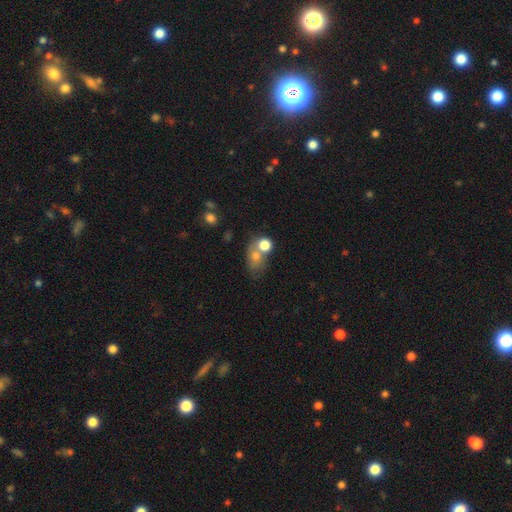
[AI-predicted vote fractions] Smooth or featured?
  - smooth: 66% *
  - featured or disk: 19%
  - star or artifact: 15%
How rounded?
  - in between: 56% *
  - round: 42%
  - cigar-shaped: 2%
Merging?
  - merger: 42% *
  - none: 37%
  - minor disturbance: 13%
  - major disturbance: 8%